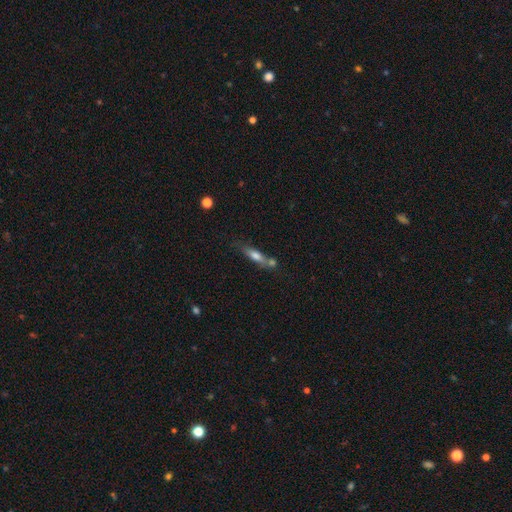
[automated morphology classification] smooth-or-featured: smooth: 60% | featured or disk: 31% | star or artifact: 8%
  how-rounded: cigar-shaped: 67% | in between: 30% | round: 3%
  merging: none: 44% | merger: 33% | minor disturbance: 17% | major disturbance: 7%